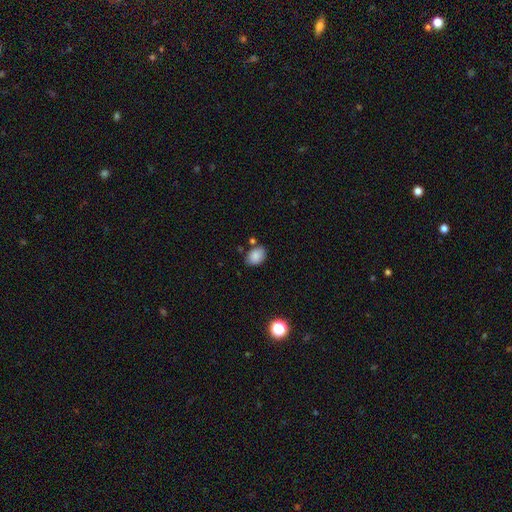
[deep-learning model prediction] Smooth or featured?
  - smooth: 85% *
  - star or artifact: 9%
  - featured or disk: 7%
How rounded?
  - in between: 79% *
  - round: 20%
  - cigar-shaped: 1%
Merging?
  - none: 75% *
  - minor disturbance: 16%
  - merger: 6%
  - major disturbance: 3%